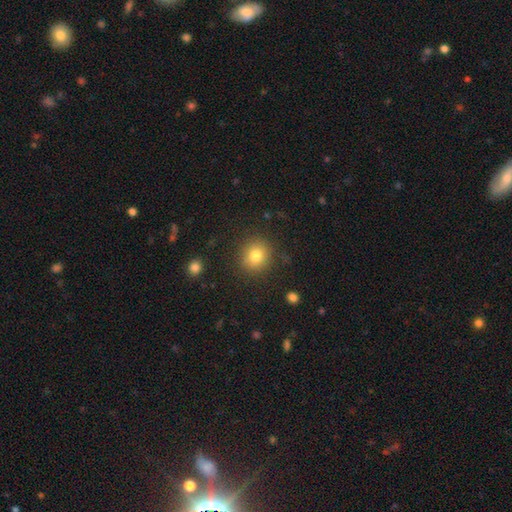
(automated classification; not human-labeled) smooth_or_featured: smooth (p=0.80) [alt: star or artifact p=0.12]
how_rounded: round (p=0.86) [alt: in between p=0.13]
merging: none (p=0.87) [alt: minor disturbance p=0.08]